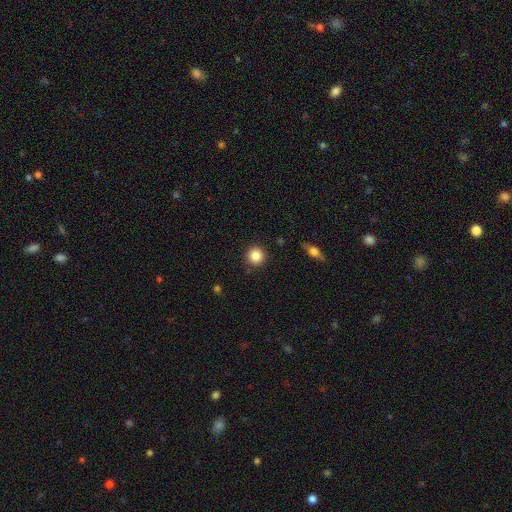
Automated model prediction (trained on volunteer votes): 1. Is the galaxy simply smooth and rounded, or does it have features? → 85% smooth, 10% star or artifact, 5% featured or disk.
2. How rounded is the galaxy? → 94% round, 5% in between, 1% cigar-shaped.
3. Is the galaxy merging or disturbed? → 91% none, 6% minor disturbance, 2% major disturbance, 2% merger.